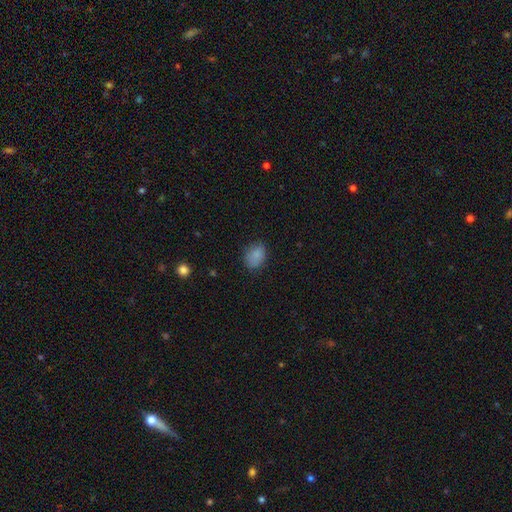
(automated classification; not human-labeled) smooth 85%, star or artifact 9%, featured or disk 6%. Down the decision tree: how rounded — in between (69%); merging — none (75%).